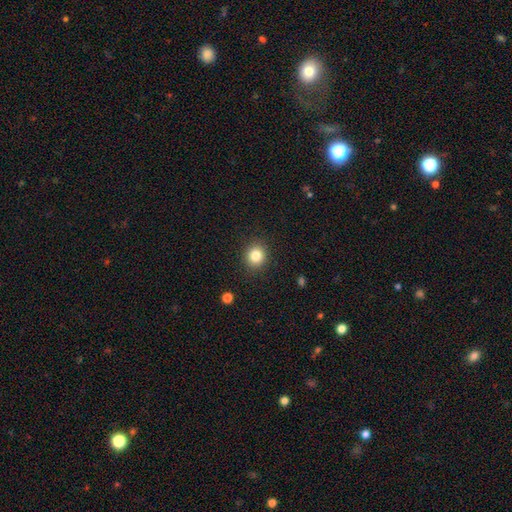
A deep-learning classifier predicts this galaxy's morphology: A smooth galaxy with no disk features (83%) that is round (85%). Merging: none (90%).